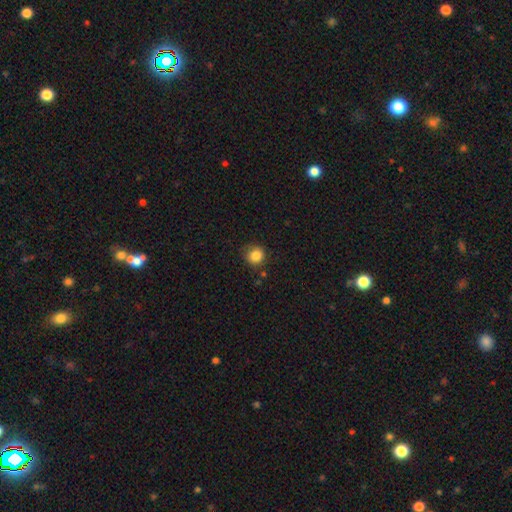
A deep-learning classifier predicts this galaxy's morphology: Smooth or featured? Predicted: smooth (p=0.85). How rounded? Predicted: round (p=0.87). Merging? Predicted: none (p=0.79).